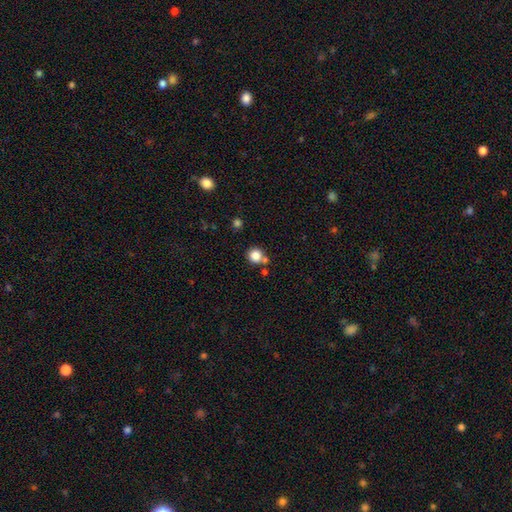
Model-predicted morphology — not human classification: This is clearly a smooth galaxy (83%). How rounded: clearly round (91%). Merging: likely none (66%).